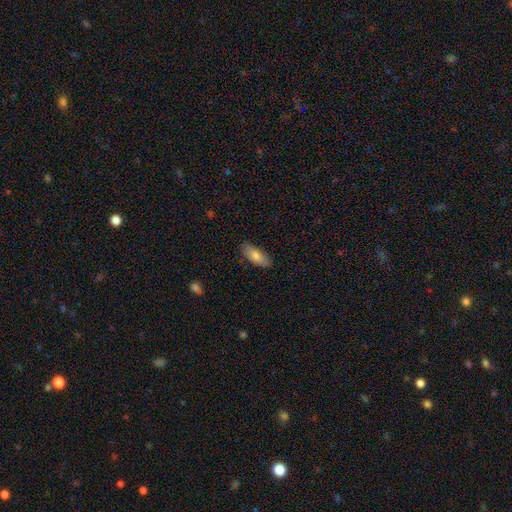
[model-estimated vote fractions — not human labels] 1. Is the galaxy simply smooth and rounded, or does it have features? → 80% smooth, 14% featured or disk, 6% star or artifact.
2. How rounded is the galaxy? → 77% in between, 20% cigar-shaped, 2% round.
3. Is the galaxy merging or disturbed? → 86% none, 11% minor disturbance, 2% major disturbance, 1% merger.